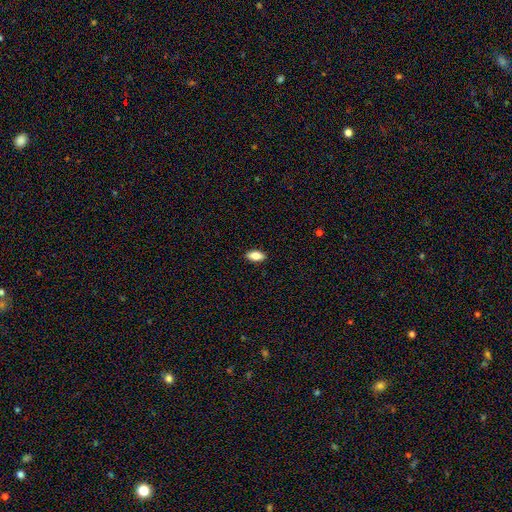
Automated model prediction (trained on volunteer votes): This appears to be a smooth galaxy with no disk features (83%) that is in between round and cigar-shaped (90%). Merging: none (90%).